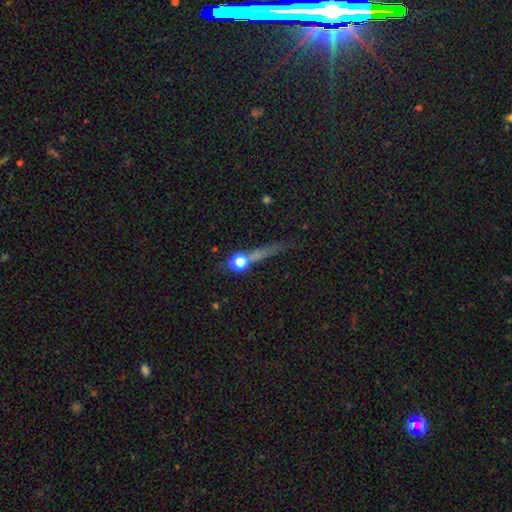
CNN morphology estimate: Smooth or featured: smooth — 40% (star or artifact — 31%)
Merging: none — 68% (minor disturbance — 12%)